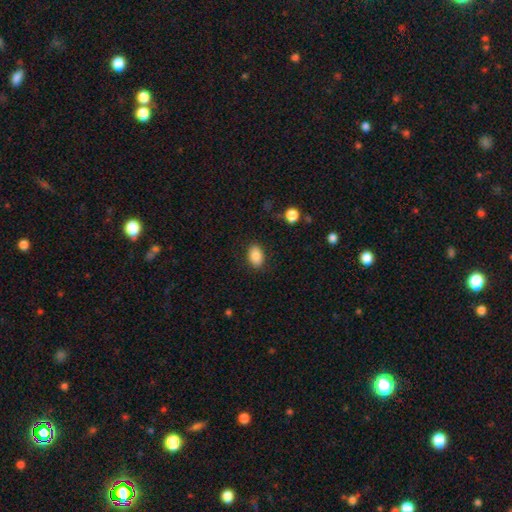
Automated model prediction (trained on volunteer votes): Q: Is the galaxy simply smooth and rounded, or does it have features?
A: smooth — 87%.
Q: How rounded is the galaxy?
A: in between — 86%.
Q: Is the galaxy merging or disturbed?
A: none — 87%.